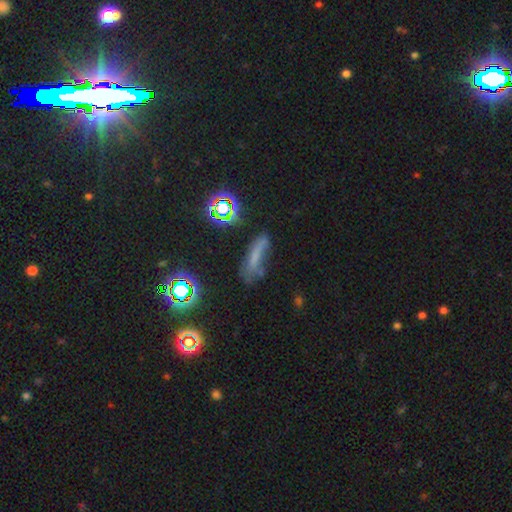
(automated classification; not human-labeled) smooth-or-featured: smooth: 49% | star or artifact: 29% | featured or disk: 22%
  merging: none: 48% | minor disturbance: 27% | major disturbance: 18% | merger: 8%